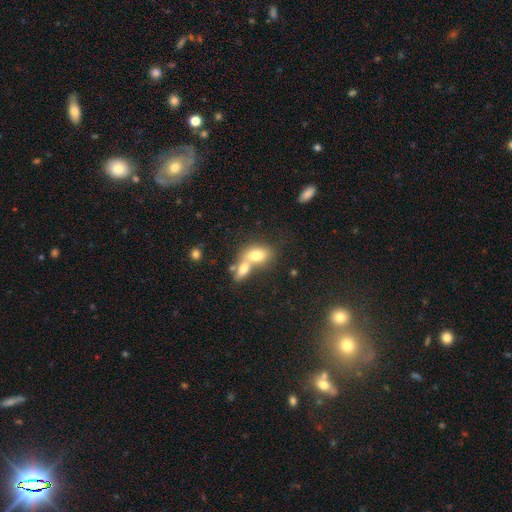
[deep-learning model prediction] Overall: smooth (74%). How rounded: in between (82%). Merging: merger (68%).